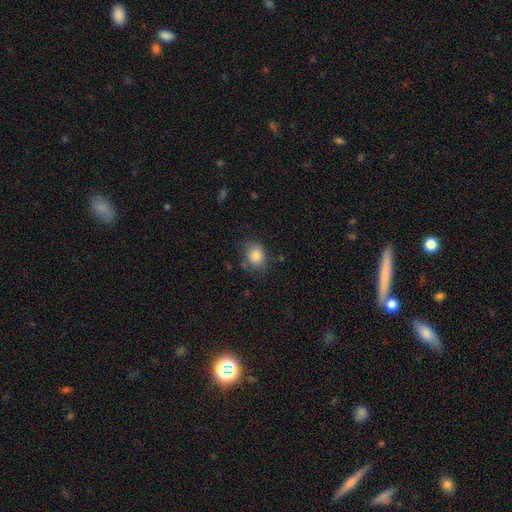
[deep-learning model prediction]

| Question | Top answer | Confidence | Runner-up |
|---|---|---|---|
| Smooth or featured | smooth | 83% | star or artifact (9%) |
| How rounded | round | 57% | in between (42%) |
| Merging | none | 72% | minor disturbance (20%) |